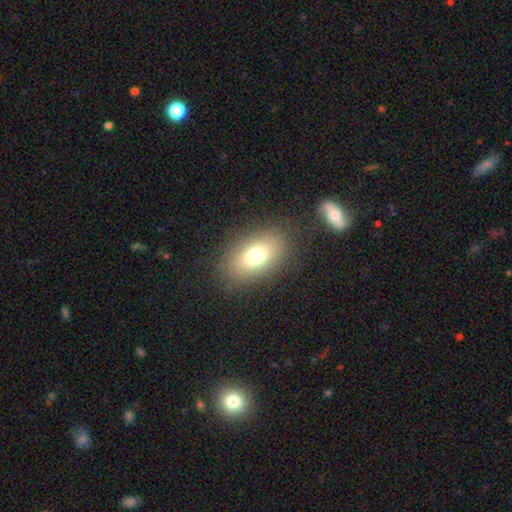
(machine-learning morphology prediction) Smooth or featured?
  - smooth: 72% *
  - featured or disk: 15%
  - star or artifact: 13%
How rounded?
  - in between: 82% *
  - round: 16%
  - cigar-shaped: 2%
Merging?
  - none: 84% *
  - minor disturbance: 10%
  - major disturbance: 5%
  - merger: 2%